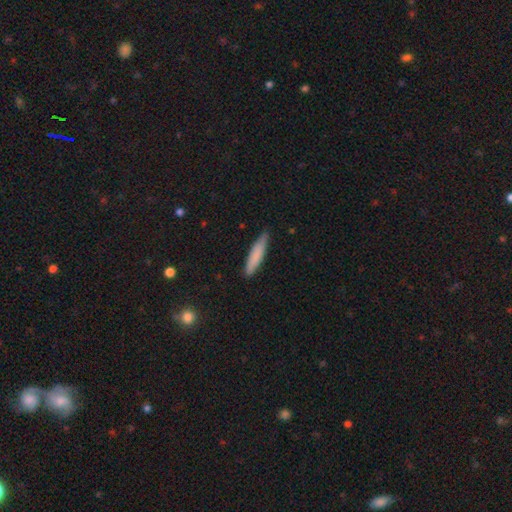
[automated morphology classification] type=smooth (80%); roundness=cigar-shaped (86%); merging=none (85%).